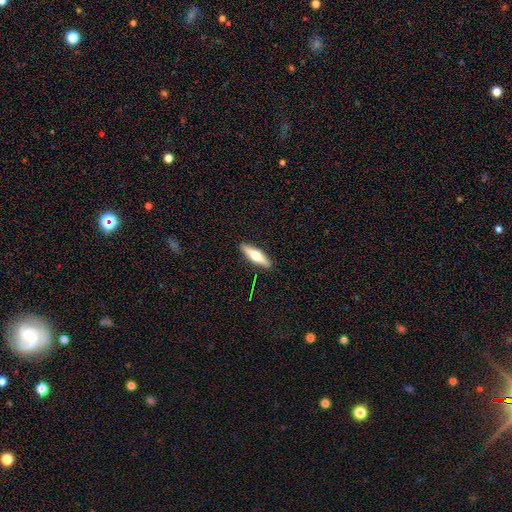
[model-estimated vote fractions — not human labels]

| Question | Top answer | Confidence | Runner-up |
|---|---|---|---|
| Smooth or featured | smooth | 50% | featured or disk (44%) |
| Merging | none | 90% | minor disturbance (7%) |